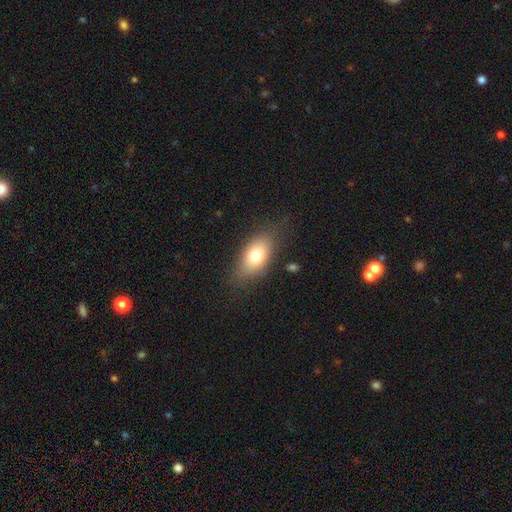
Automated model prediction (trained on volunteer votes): smooth 75%, featured or disk 17%, star or artifact 9%. Down the decision tree: how rounded — in between (86%); merging — none (75%).